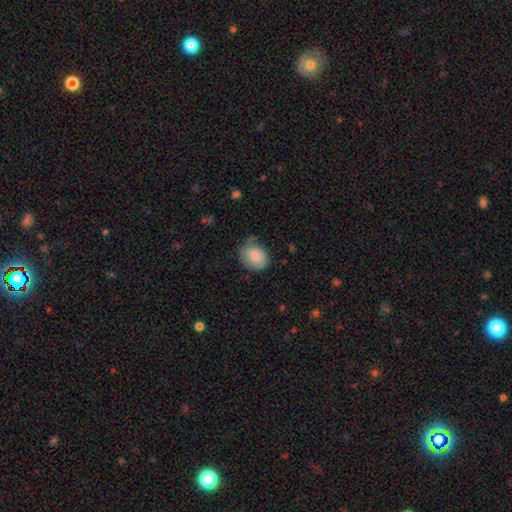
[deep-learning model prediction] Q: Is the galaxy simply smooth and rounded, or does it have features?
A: smooth — 82%.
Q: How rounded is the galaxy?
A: round — 50%.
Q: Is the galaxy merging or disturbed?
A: none — 58%.